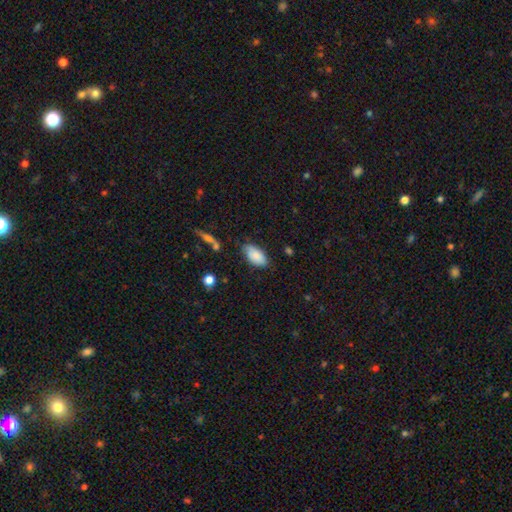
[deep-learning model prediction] Smooth or featured? Predicted: smooth (p=0.84). How rounded? Predicted: in between (p=0.94). Merging? Predicted: none (p=0.74).